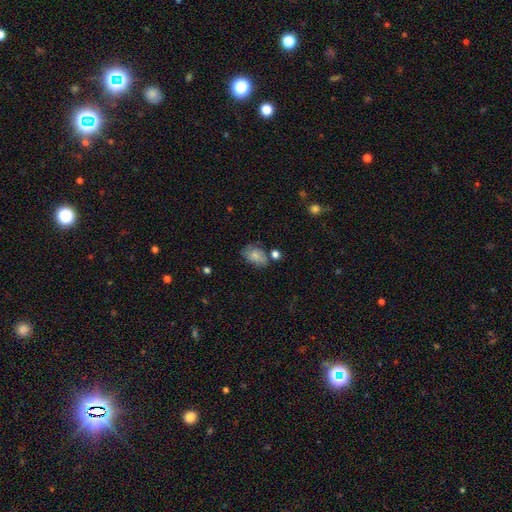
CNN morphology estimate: Smooth or featured? Predicted: smooth (p=0.74). How rounded? Predicted: in between (p=0.84). Merging? Predicted: none (p=0.57).